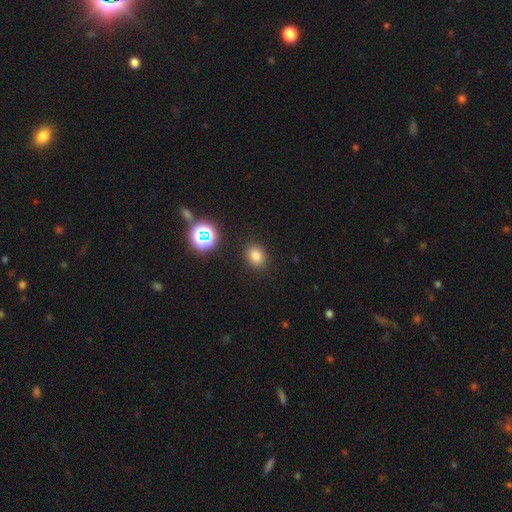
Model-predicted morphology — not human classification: Overall: smooth (78%). How rounded: round (54%; in between 45%). Merging: none (87%).